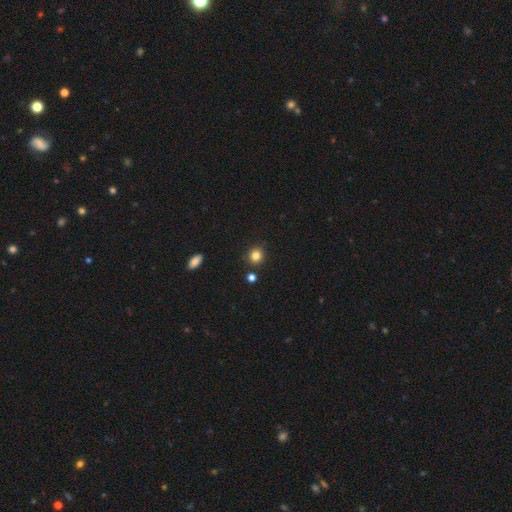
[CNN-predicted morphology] Overall: smooth (83%). How rounded: round (88%). Merging: none (87%).